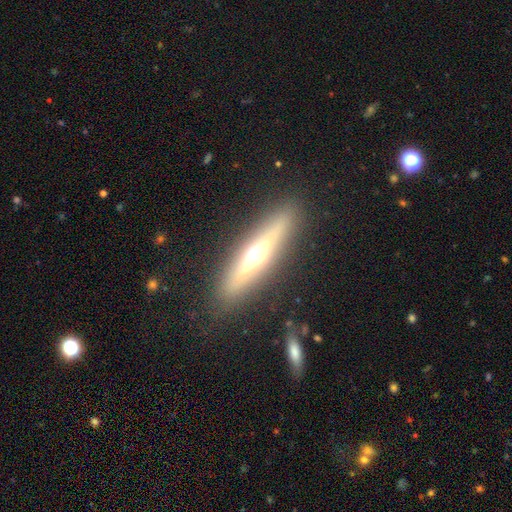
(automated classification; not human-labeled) A featured or disk galaxy (57%) viewed edge-on (88%). Merging: none (87%).